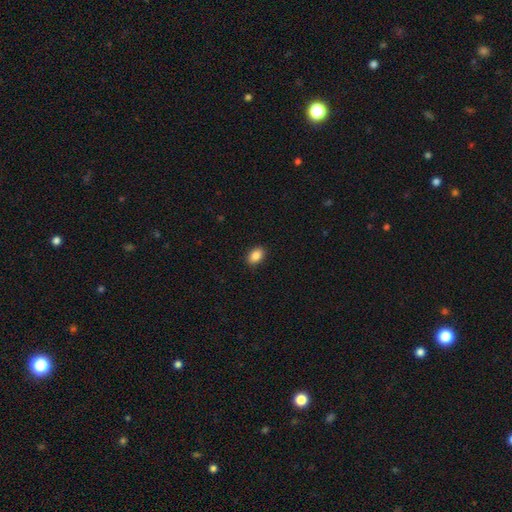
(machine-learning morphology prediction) smooth-or-featured: smooth: 87% | star or artifact: 8% | featured or disk: 5%
  how-rounded: in between: 85% | round: 14% | cigar-shaped: 1%
  merging: none: 90% | minor disturbance: 7% | major disturbance: 2% | merger: 1%